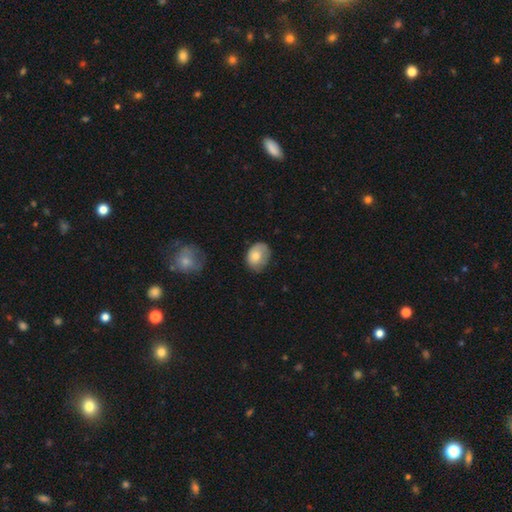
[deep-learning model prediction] Smooth or featured? Predicted: smooth (p=0.71). How rounded? Predicted: in between (p=0.57). Merging? Predicted: none (p=0.52).